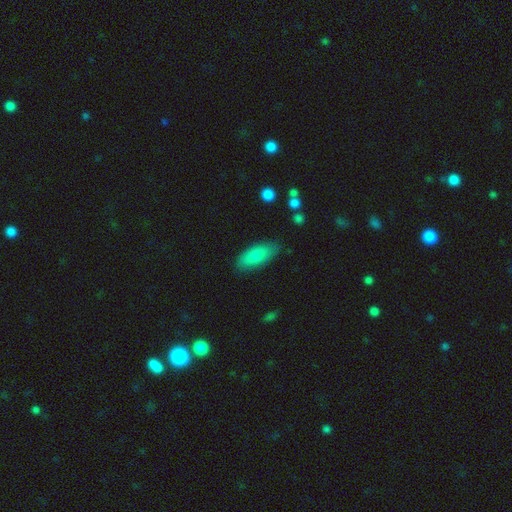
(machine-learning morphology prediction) Overall: smooth (81%). How rounded: in between (82%). Merging: none (80%).